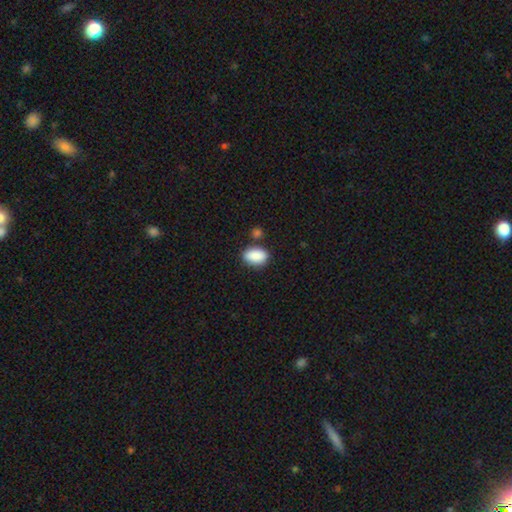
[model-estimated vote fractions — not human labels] Smooth or featured: smooth — 89% (star or artifact — 7%)
How rounded: in between — 89% (round — 10%)
Merging: none — 73% (minor disturbance — 14%)